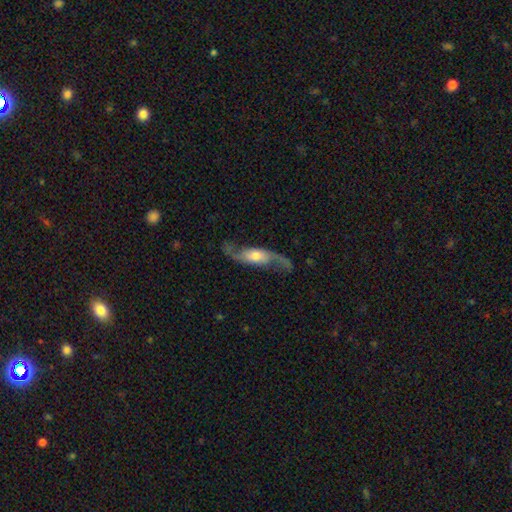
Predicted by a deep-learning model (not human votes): A featured or disk galaxy (87%) with no bar (55%), 2 (93%) loose (81%) spiral arms (96%) and a moderate central bulge (58%).

Vote fractions:
- Smooth or featured? featured or disk: 87% / smooth: 8% / star or artifact: 5%
- Edge-on disk? no: 89% / yes: 11%
- Bar? no: 55% / weak: 32% / strong: 14%
- Spiral arms? yes: 96% / no: 4%
- Spiral winding? loose: 81% / medium: 15% / tight: 4%
- Spiral arm count? 2: 93% / 1: 2% / can't tell: 2% / 3: 1% / 4: 1% / more than 4: 1%
- Bulge size? moderate: 58% / small: 25% / large: 12% / none: 3% / dominant: 2%
- Merging? none: 75% / minor disturbance: 14% / major disturbance: 9% / merger: 2%